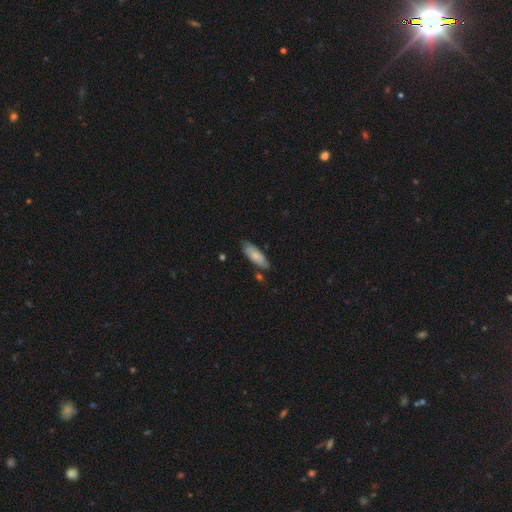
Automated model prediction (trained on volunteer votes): Morphology: type=smooth (75%); roundness=in between (59%); merging=none (74%).